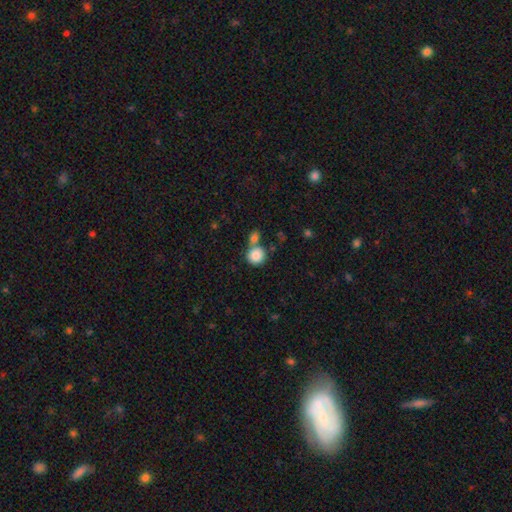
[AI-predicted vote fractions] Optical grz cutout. It shows a smooth galaxy with no disk features (85%) that is round (88%). Merging: none (52%).